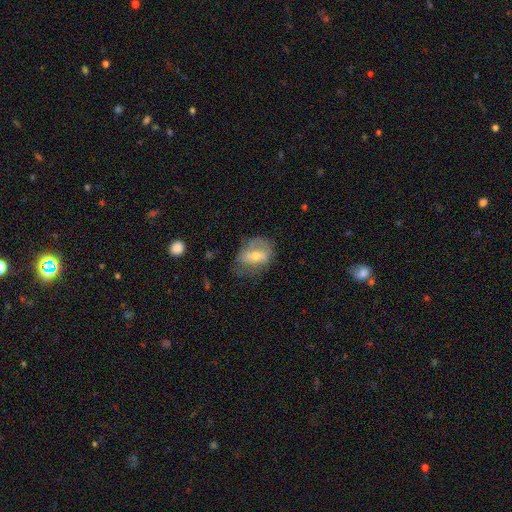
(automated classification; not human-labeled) This appears to be a featured or disk galaxy (55%) with a weak bar (41%), spiral arms (65%) and a moderate central bulge (57%). Merging: none (52%).